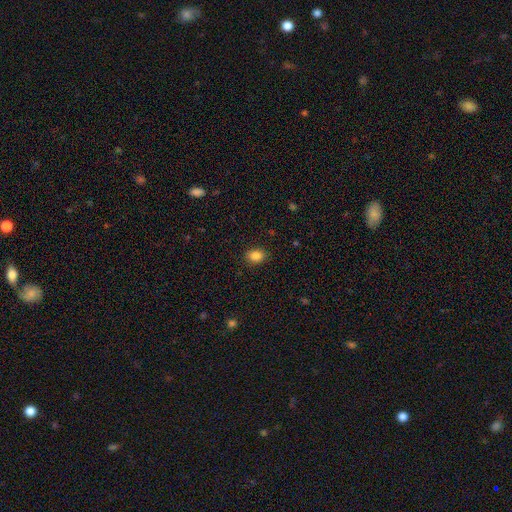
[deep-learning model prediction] smooth-or-featured: smooth: 86% | star or artifact: 10% | featured or disk: 4%
  how-rounded: in between: 65% | round: 33% | cigar-shaped: 1%
  merging: none: 89% | minor disturbance: 8% | major disturbance: 2% | merger: 1%